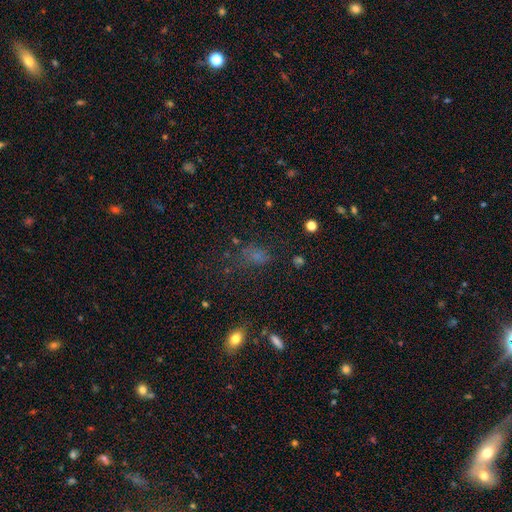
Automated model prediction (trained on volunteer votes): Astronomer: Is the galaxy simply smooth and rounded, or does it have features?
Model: smooth — 58%.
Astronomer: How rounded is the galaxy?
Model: in between — 73%.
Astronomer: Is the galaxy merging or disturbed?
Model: none — 53%.